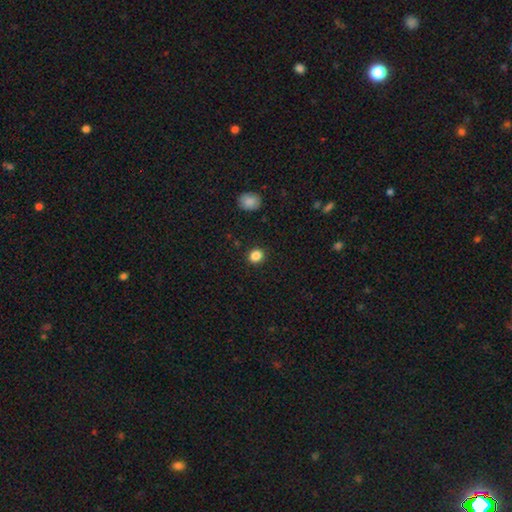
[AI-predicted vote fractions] Morphology: type=smooth (86%); roundness=round (80%); merging=none (91%).